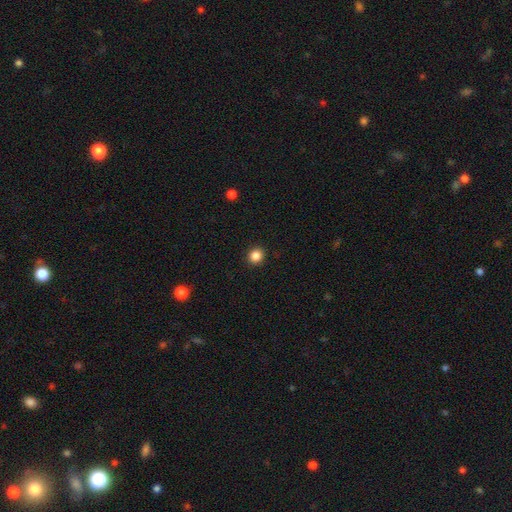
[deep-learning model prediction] Smooth or featured?
  - smooth: 86% *
  - star or artifact: 11%
  - featured or disk: 3%
How rounded?
  - round: 88% *
  - in between: 11%
  - cigar-shaped: 1%
Merging?
  - none: 93% *
  - minor disturbance: 5%
  - major disturbance: 2%
  - merger: 1%